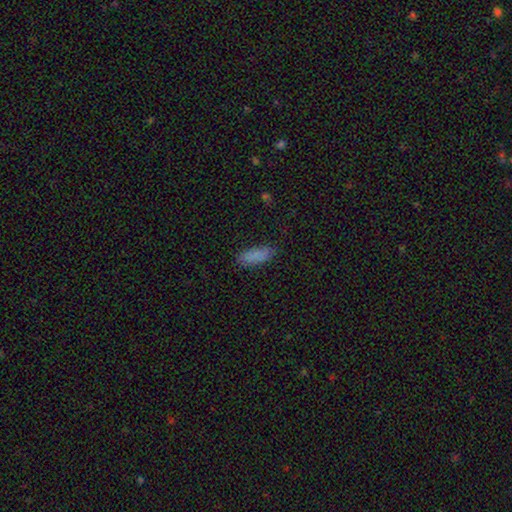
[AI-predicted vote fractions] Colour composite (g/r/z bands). It shows a smooth galaxy with no disk features (85%) that is in between round and cigar-shaped (74%). Merging: none (81%).